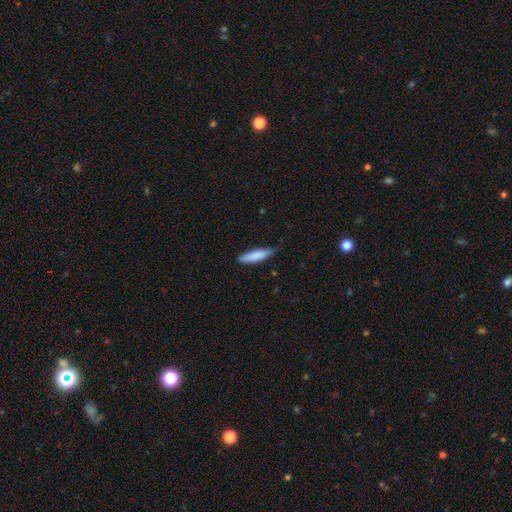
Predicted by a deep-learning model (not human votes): This is clearly a smooth galaxy (84%). How rounded: likely cigar-shaped (69%). Merging: likely none (79%).